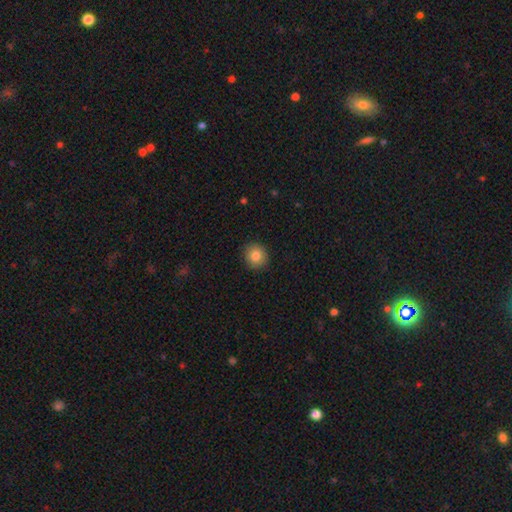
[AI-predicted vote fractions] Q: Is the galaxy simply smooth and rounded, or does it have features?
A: smooth — 84%.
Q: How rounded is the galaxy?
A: round — 87%.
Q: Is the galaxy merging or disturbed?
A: none — 91%.